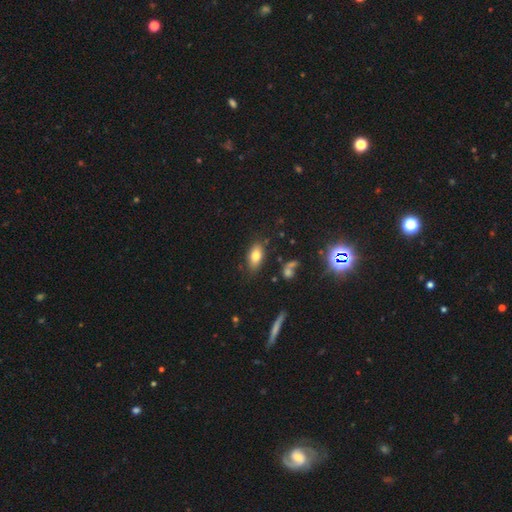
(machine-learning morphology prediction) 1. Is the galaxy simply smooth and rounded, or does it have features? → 78% smooth, 12% featured or disk, 10% star or artifact.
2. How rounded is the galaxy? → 88% in between, 6% cigar-shaped, 6% round.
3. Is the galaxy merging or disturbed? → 79% none, 14% minor disturbance, 4% major disturbance, 3% merger.